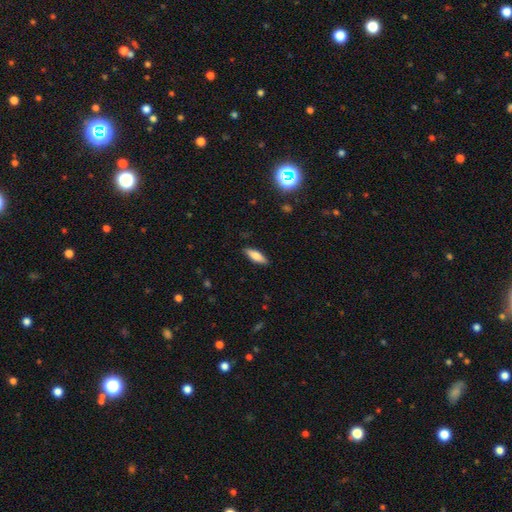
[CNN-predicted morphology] Smooth or featured?
  - smooth: 73% *
  - featured or disk: 19%
  - star or artifact: 7%
How rounded?
  - in between: 49% * (tied)
  - cigar-shaped: 49% * (tied)
  - round: 2%
Merging?
  - none: 88% *
  - minor disturbance: 9%
  - major disturbance: 2%
  - merger: 1%